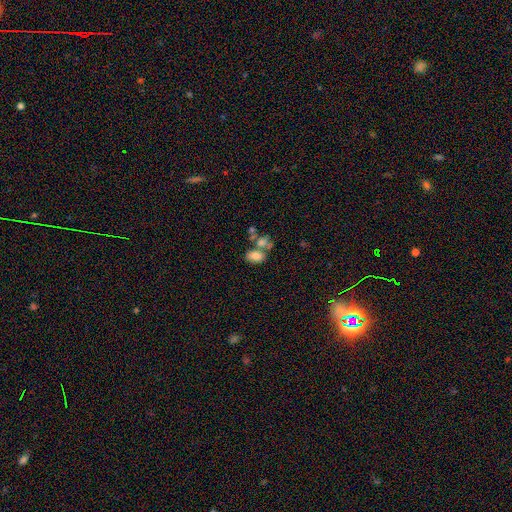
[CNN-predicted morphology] smooth-or-featured: smooth: 78% | featured or disk: 12% | star or artifact: 10%
  how-rounded: in between: 89% | round: 10% | cigar-shaped: 2%
  merging: merger: 41% | none: 40% | minor disturbance: 12% | major disturbance: 7%